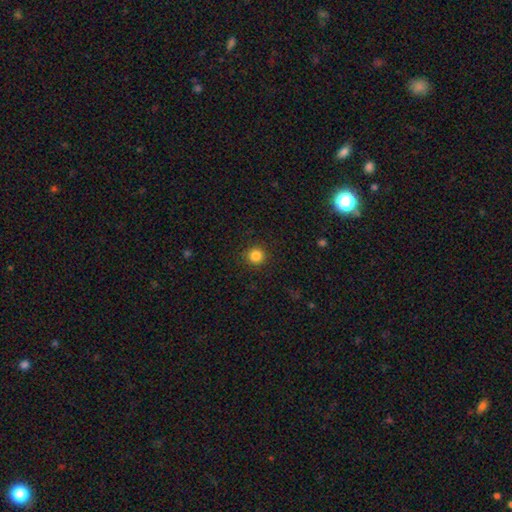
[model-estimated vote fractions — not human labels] smooth-or-featured: smooth: 84% | star or artifact: 12% | featured or disk: 4%
  how-rounded: round: 95% | in between: 4% | cigar-shaped: 1%
  merging: none: 91% | minor disturbance: 6% | major disturbance: 2% | merger: 1%